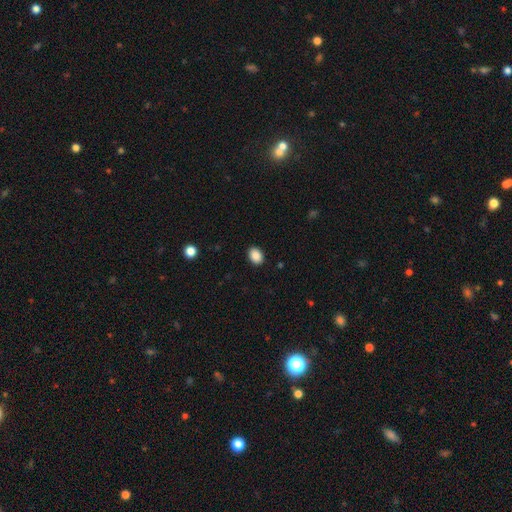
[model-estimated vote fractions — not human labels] This appears to be a smooth galaxy with no disk features (88%) that is in between round and cigar-shaped (72%). Merging: none (90%).